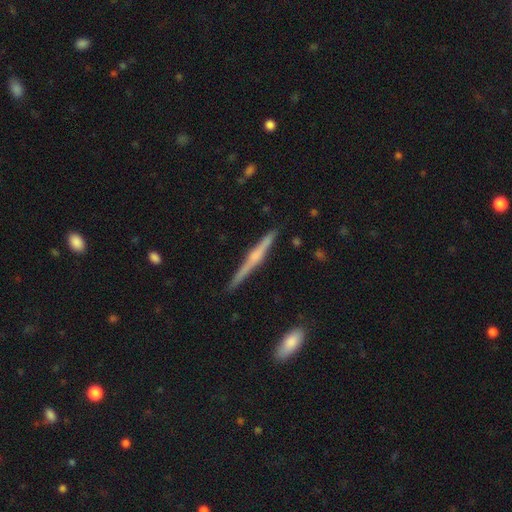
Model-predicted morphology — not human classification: Smooth or featured: featured or disk — 72% (smooth — 22%)
Edge-on disk: yes — 98% (no — 2%)
Edge-on bulge: rounded — 70% (none — 16%)
Merging: none — 88% (minor disturbance — 9%)